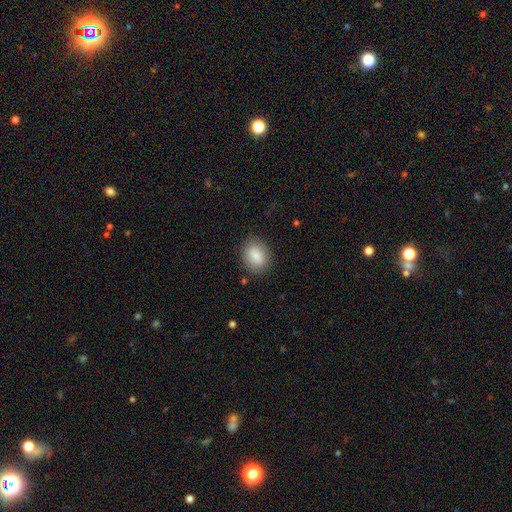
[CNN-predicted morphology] This appears to be a smooth galaxy with no disk features (85%) that is in between round and cigar-shaped (64%). Merging: none (85%).